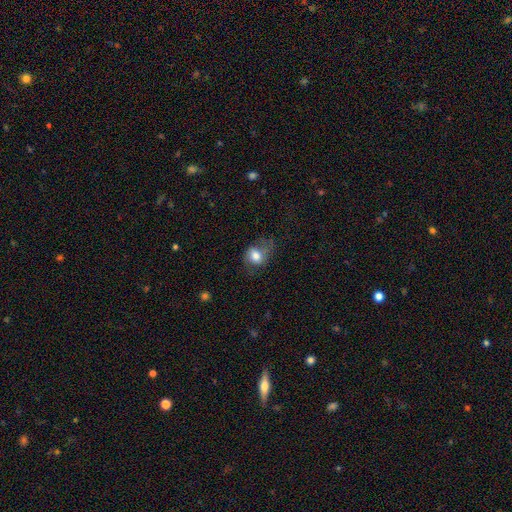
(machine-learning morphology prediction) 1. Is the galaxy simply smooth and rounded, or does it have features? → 69% smooth, 22% featured or disk, 9% star or artifact.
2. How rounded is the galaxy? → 59% in between, 40% round, 1% cigar-shaped.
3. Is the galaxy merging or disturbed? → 44% none, 28% minor disturbance, 27% major disturbance, 2% merger.